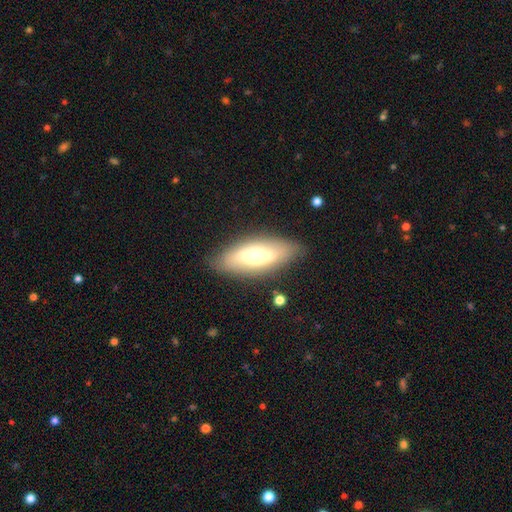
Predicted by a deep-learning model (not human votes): smooth_or_featured: smooth (p=0.50) [alt: featured or disk p=0.43]
how_rounded: in between (p=0.71) [alt: cigar-shaped p=0.26]
merging: none (p=0.81) [alt: minor disturbance p=0.13]